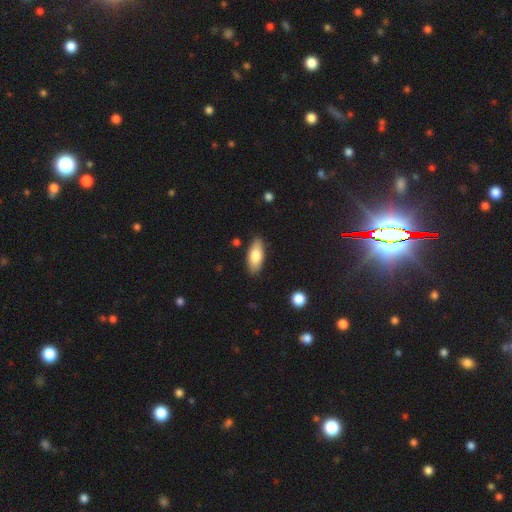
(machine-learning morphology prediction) This appears to be a smooth galaxy with no disk features (78%) that is in between round and cigar-shaped (82%). Merging: none (85%).